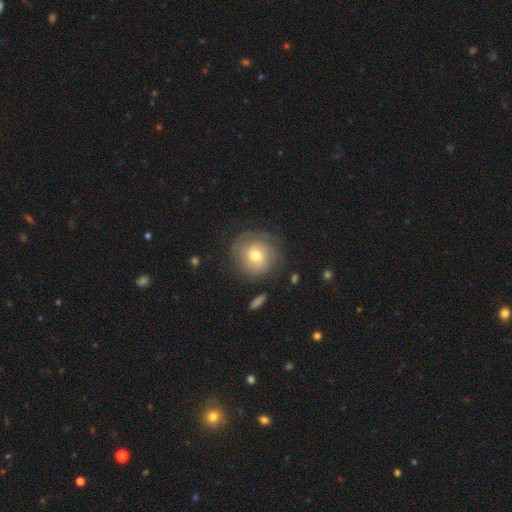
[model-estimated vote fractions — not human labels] featured or disk 49%, smooth 43%, star or artifact 8%. Down the decision tree: merging — none (74%).